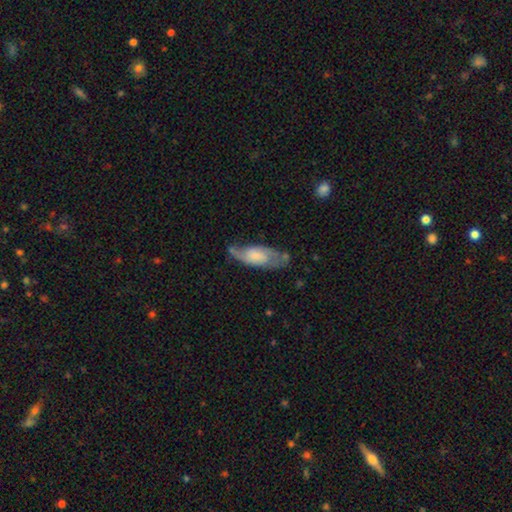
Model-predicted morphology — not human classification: Smooth or featured?
  - featured or disk: 60% *
  - smooth: 34%
  - star or artifact: 6%
Edge-on disk?
  - no: 88% *
  - yes: 12%
Bar?
  - no: 60% *
  - weak: 33%
  - strong: 7%
Spiral arms?
  - yes: 86% *
  - no: 14%
Bulge size?
  - small: 48% *
  - moderate: 29%
  - none: 12%
  - large: 9%
  - dominant: 2%
Merging?
  - none: 57% *
  - minor disturbance: 27%
  - major disturbance: 12%
  - merger: 4%